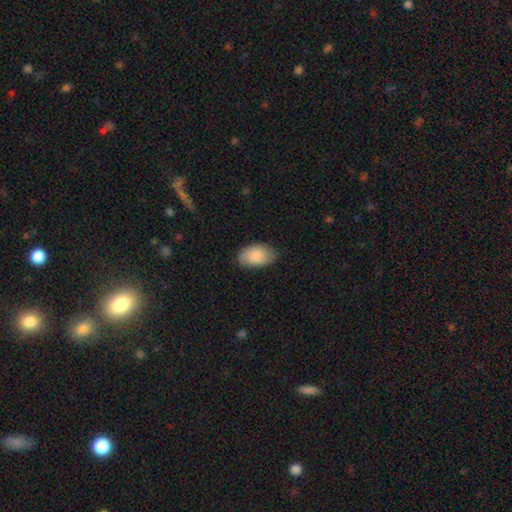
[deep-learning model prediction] smooth_or_featured: smooth (p=0.76) [alt: featured or disk p=0.18]
how_rounded: in between (p=0.92) [alt: round p=0.07]
merging: none (p=0.77) [alt: minor disturbance p=0.18]